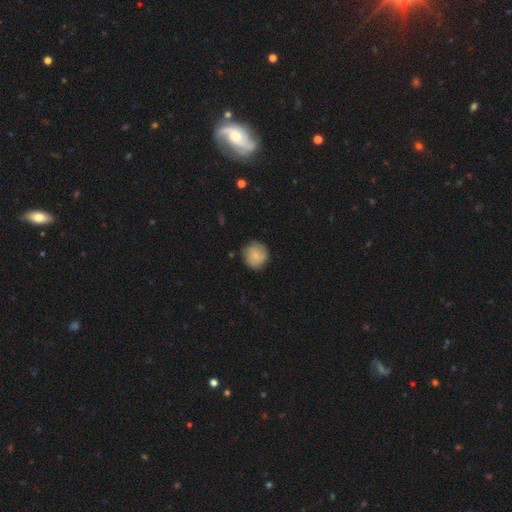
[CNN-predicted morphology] Smooth or featured: smooth — 78% (featured or disk — 15%)
How rounded: round — 91% (in between — 8%)
Merging: none — 78% (minor disturbance — 17%)